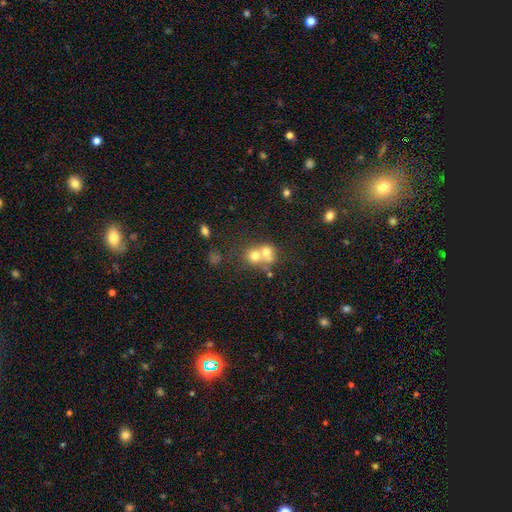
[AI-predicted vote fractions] Morphology: type=smooth (63%); roundness=round (76%); merging=merger (60%).